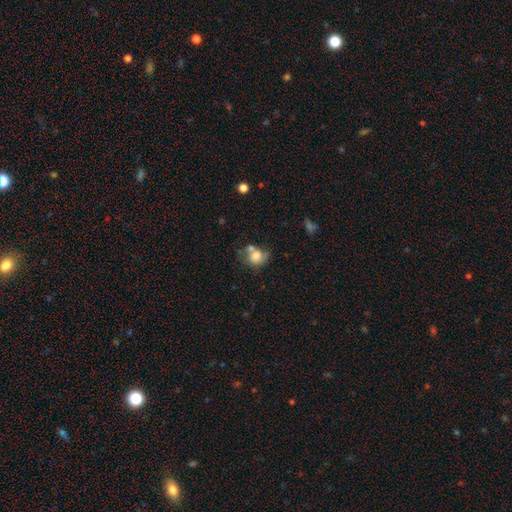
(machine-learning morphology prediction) type=smooth (67%); roundness=round (63%); merging=none (36%).